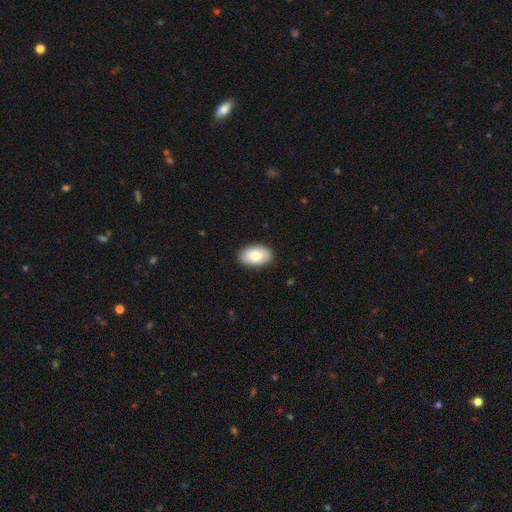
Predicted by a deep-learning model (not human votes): Smooth or featured: smooth — 86% (featured or disk — 9%)
How rounded: in between — 93% (round — 5%)
Merging: none — 89% (minor disturbance — 8%)